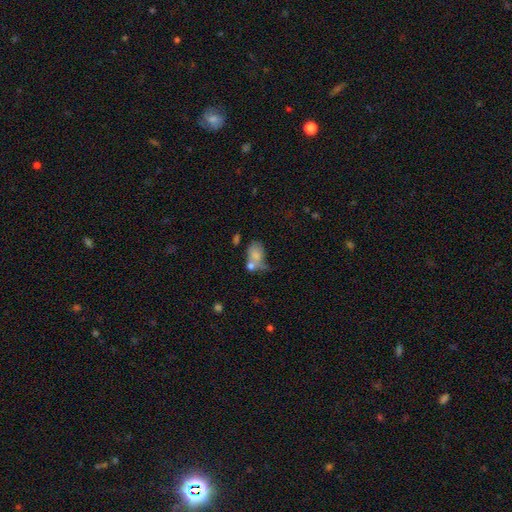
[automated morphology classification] smooth-or-featured: smooth: 72% | featured or disk: 19% | star or artifact: 10%
  how-rounded: in between: 80% | round: 18% | cigar-shaped: 2%
  merging: merger: 40% | none: 26% | minor disturbance: 20% | major disturbance: 15%